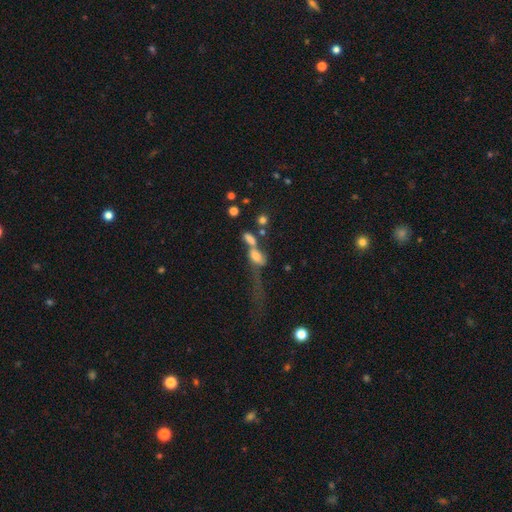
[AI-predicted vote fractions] smooth-or-featured: smooth: 57% | featured or disk: 28% | star or artifact: 14%
  how-rounded: in between: 70% | cigar-shaped: 18% | round: 12%
  merging: merger: 56% | major disturbance: 23% | none: 13% | minor disturbance: 8%